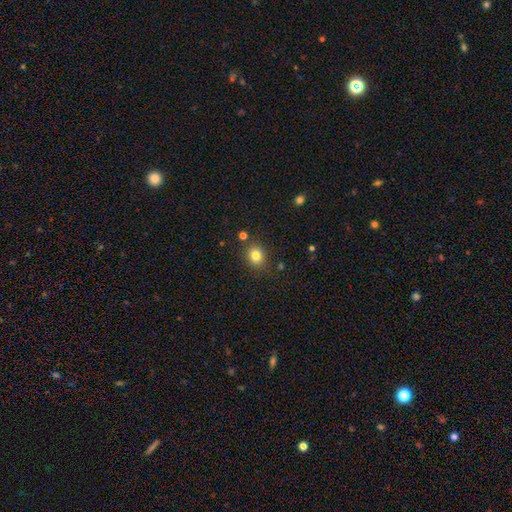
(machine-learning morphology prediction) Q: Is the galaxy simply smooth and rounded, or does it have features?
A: smooth — 81%.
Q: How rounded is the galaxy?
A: round — 63%.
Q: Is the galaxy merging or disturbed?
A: none — 84%.